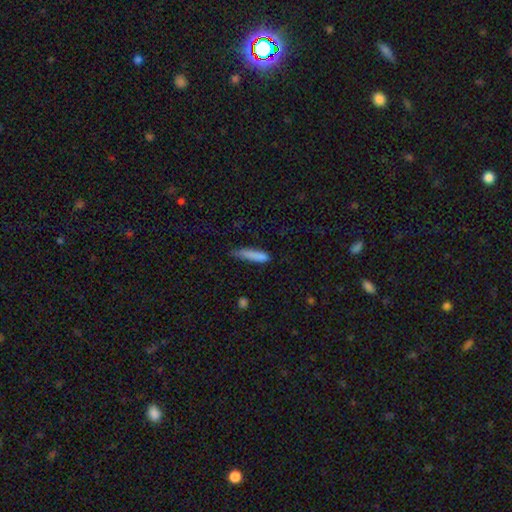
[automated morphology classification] Smooth or featured? smooth (82%)
How rounded? cigar-shaped (86%)
Merging? none (56%)